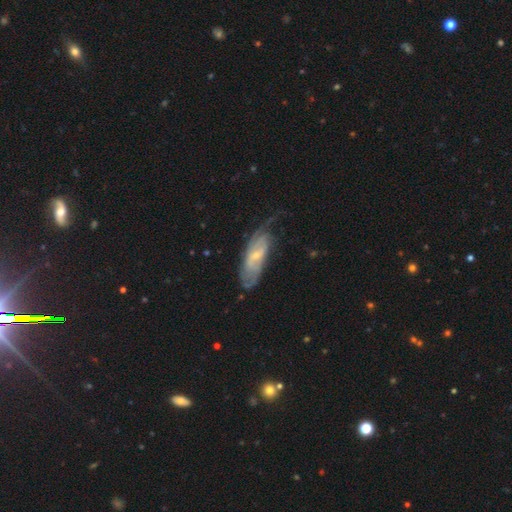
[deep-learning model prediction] Overall: featured or disk (69%). Edge-on disk: no (84%). Bar: weak (45%; no 42%). Spiral arms: yes (81%). Bulge size: small (66%; moderate 27%). Merging: none (49%; minor disturbance 29%).